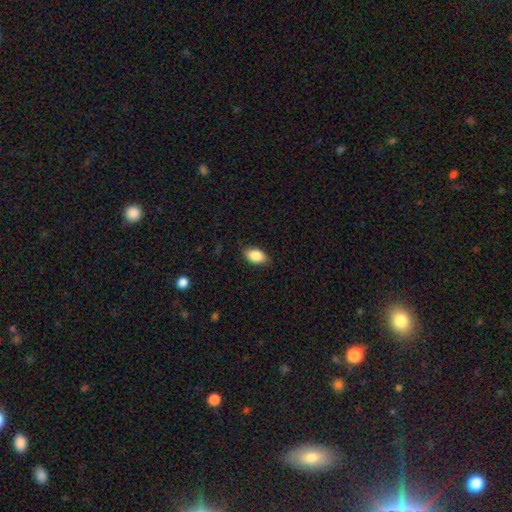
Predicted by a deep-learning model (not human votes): This is clearly a smooth galaxy (86%). How rounded: clearly in between (89%). Merging: clearly none (82%).